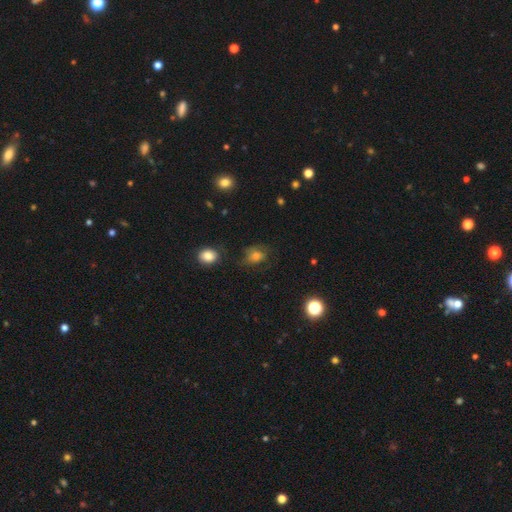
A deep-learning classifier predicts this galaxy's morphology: A smooth galaxy with no disk features (59%) that is in between round and cigar-shaped (54%). Merging: none (60%).